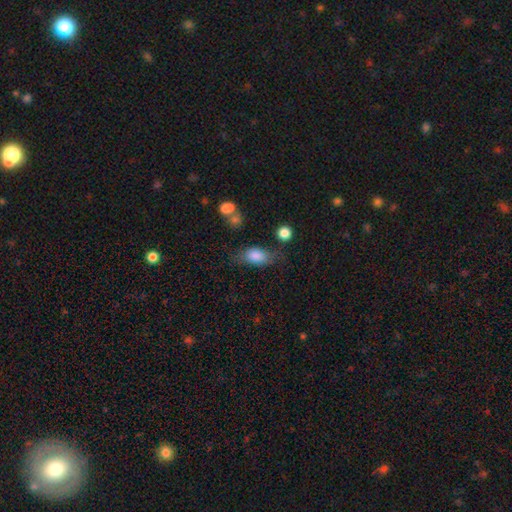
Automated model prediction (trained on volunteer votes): Smooth or featured?
  - smooth: 81% *
  - featured or disk: 12%
  - star or artifact: 8%
How rounded?
  - in between: 85% *
  - round: 8%
  - cigar-shaped: 7%
Merging?
  - none: 57% *
  - minor disturbance: 26%
  - major disturbance: 12%
  - merger: 5%